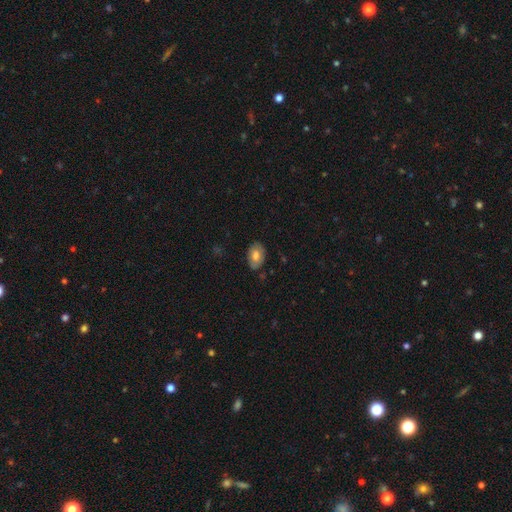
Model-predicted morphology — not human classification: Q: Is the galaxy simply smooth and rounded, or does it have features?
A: smooth — 71%.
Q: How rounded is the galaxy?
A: in between — 86%.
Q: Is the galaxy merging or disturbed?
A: none — 80%.